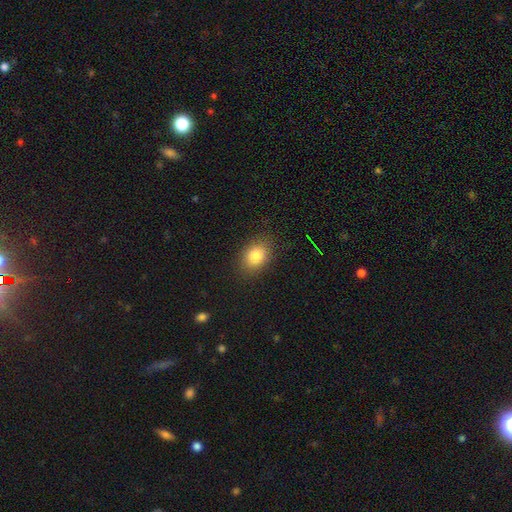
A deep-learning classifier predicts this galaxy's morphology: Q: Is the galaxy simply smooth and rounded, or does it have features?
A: smooth — 83%.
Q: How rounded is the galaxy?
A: in between — 70%.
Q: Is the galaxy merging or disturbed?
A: none — 85%.